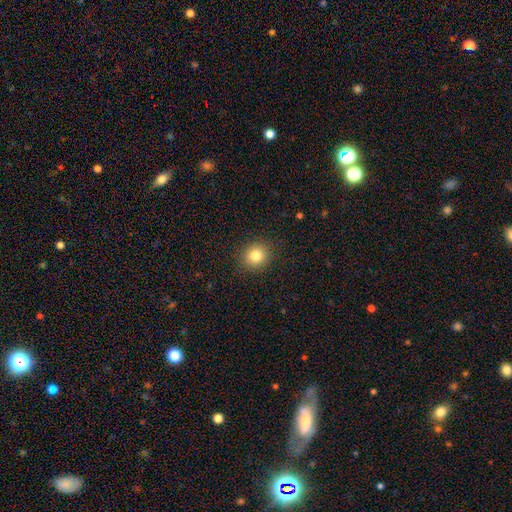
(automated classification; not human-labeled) smooth_or_featured: smooth (p=0.81) [alt: star or artifact p=0.12]
how_rounded: round (p=0.83) [alt: in between p=0.16]
merging: none (p=0.90) [alt: minor disturbance p=0.07]